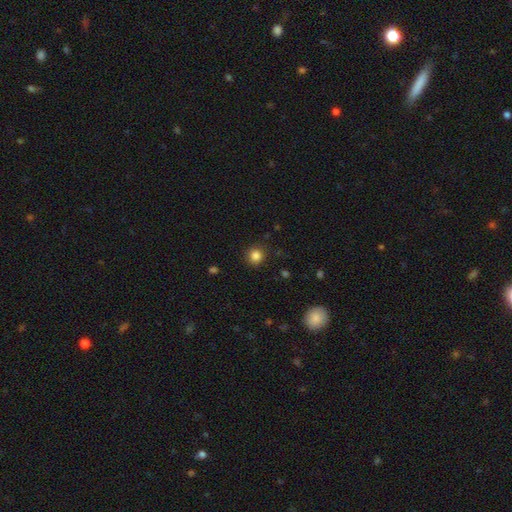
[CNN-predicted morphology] smooth-or-featured: smooth: 84% | star or artifact: 11% | featured or disk: 4%
  how-rounded: round: 92% | in between: 7% | cigar-shaped: 1%
  merging: none: 90% | minor disturbance: 6% | major disturbance: 2% | merger: 1%